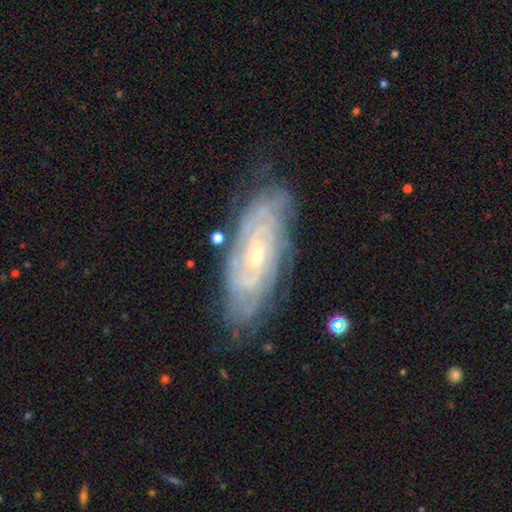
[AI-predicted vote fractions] Overall: featured or disk (83%). Edge-on disk: no (91%). Bar: no (66%; weak 27%). Spiral arms: yes (95%). Spiral arm count: can't tell (42%; 4 16%). Spiral winding: tight (75%). Bulge size: small (74%). Merging: none (76%).